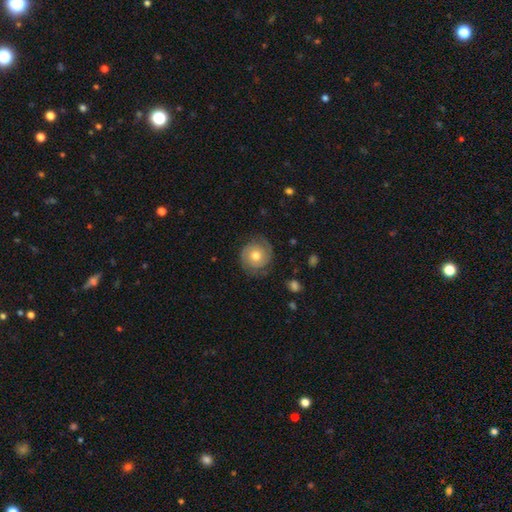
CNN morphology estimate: Smooth or featured?
  - featured or disk: 65% *
  - smooth: 28%
  - star or artifact: 7%
Edge-on disk?
  - no: 98% *
  - yes: 2%
Bar?
  - no: 80% *
  - weak: 17%
  - strong: 3%
Spiral arms?
  - yes: 89% *
  - no: 11%
Spiral winding?
  - tight: 63% *
  - medium: 29%
  - loose: 9%
Spiral arm count?
  - 2: 81% *
  - can't tell: 9%
  - 1: 4%
  - 3: 3%
  - 4: 1%
  - more than 4: 1%
Bulge size?
  - moderate: 75% *
  - small: 14%
  - large: 9%
  - none: 1%
  - dominant: 1%
Merging?
  - none: 78% *
  - minor disturbance: 15%
  - major disturbance: 6%
  - merger: 1%